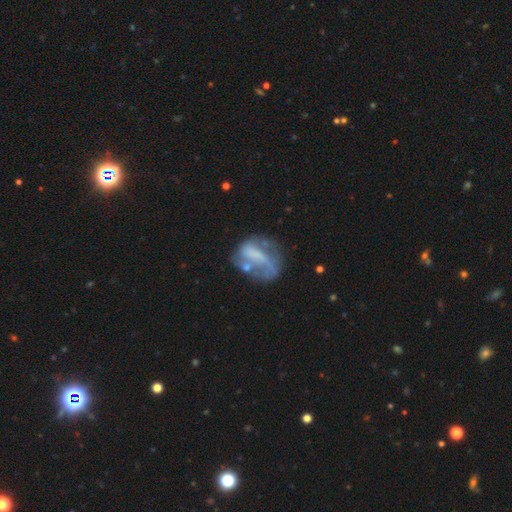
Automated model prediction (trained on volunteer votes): smooth-or-featured: featured or disk: 60% | smooth: 30% | star or artifact: 10%
  disk-edge-on: no: 96% | yes: 4%
    bar: no: 45% | weak: 28% | strong: 27%
    has-spiral-arms: no: 58% | yes: 42%
    bulge-size: none: 54% | small: 20% | moderate: 17% | large: 7% | dominant: 2%
  merging: none: 37% | major disturbance: 28% | minor disturbance: 23% | merger: 12%